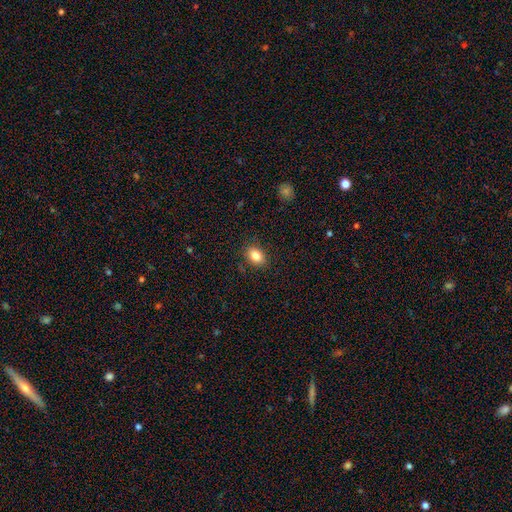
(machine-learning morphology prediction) Smooth or featured? Predicted: smooth (p=0.84). How rounded? Predicted: in between (p=0.77). Merging? Predicted: none (p=0.87).